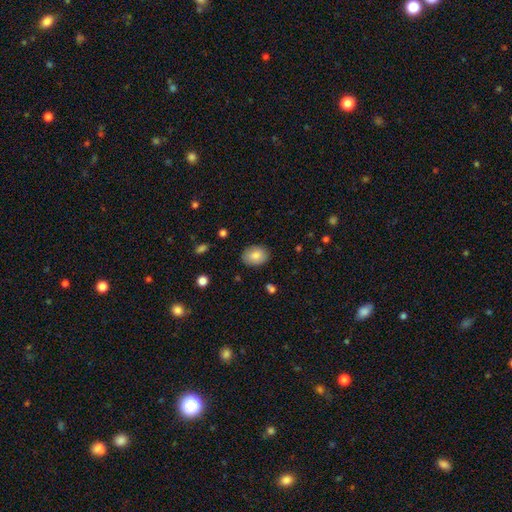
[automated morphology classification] smooth 83%, featured or disk 10%, star or artifact 8%. Down the decision tree: how rounded — in between (71%); merging — none (86%).